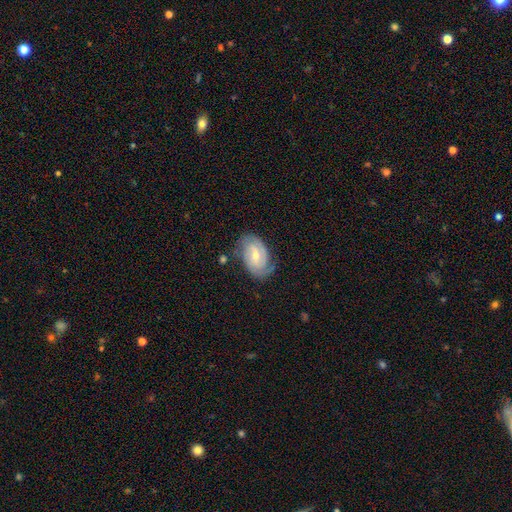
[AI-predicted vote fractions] A featured or disk galaxy (82%) with a weak bar (54%), 2 (67%) tight (60%) spiral arms (96%) and a small central bulge (55%).

Vote fractions:
- Smooth or featured? featured or disk: 82% / smooth: 12% / star or artifact: 5%
- Edge-on disk? no: 97% / yes: 3%
- Bar? weak: 54% / no: 30% / strong: 16%
- Spiral arms? yes: 96% / no: 4%
- Spiral winding? tight: 60% / medium: 33% / loose: 7%
- Spiral arm count? 2: 67% / 3: 14% / can't tell: 12% / 4: 3% / 1: 3% / more than 4: 2%
- Bulge size? small: 55% / moderate: 41% / none: 2% / large: 1% / dominant: 1%
- Merging? none: 76% / minor disturbance: 17% / major disturbance: 5% / merger: 2%